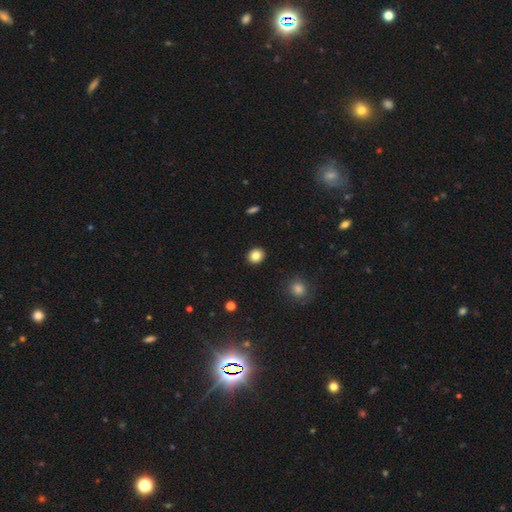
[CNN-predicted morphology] Smooth or featured?
  - smooth: 84% *
  - star or artifact: 10%
  - featured or disk: 6%
How rounded?
  - round: 75% *
  - in between: 24%
  - cigar-shaped: 1%
Merging?
  - none: 92% *
  - minor disturbance: 5%
  - major disturbance: 2%
  - merger: 1%